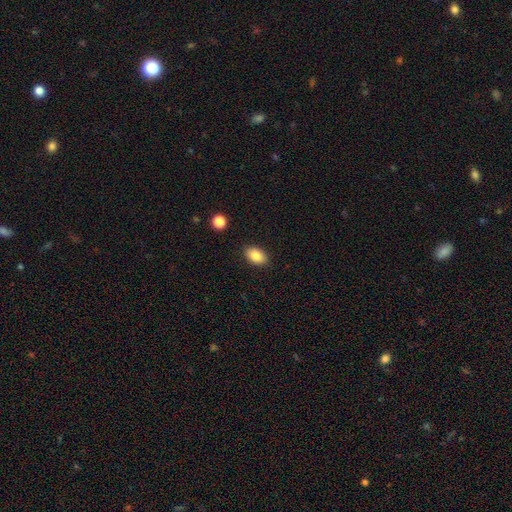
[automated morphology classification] The model was most divided on "how rounded": in between: 87%, round: 12%, cigar-shaped: 1%. More confident: merging — none (87%); smooth or featured — smooth (85%).